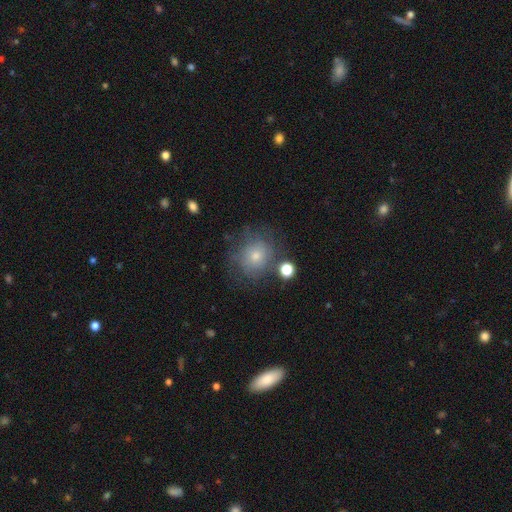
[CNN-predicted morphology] Smooth or featured? Predicted: smooth (p=0.51). How rounded? Predicted: round (p=0.84). Merging? Predicted: none (p=0.70).